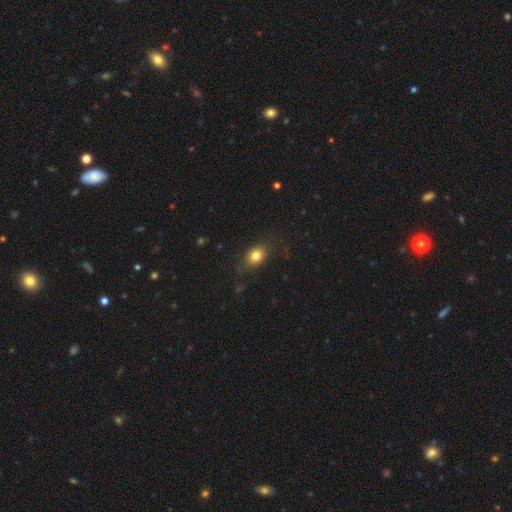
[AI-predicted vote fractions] A smooth galaxy with no disk features (80%) that is in between round and cigar-shaped (65%).

Vote fractions:
- Smooth or featured? smooth: 80% / star or artifact: 11% / featured or disk: 9%
- How rounded? in between: 65% / round: 33% / cigar-shaped: 2%
- Merging? none: 81% / minor disturbance: 14% / major disturbance: 5% / merger: 1%